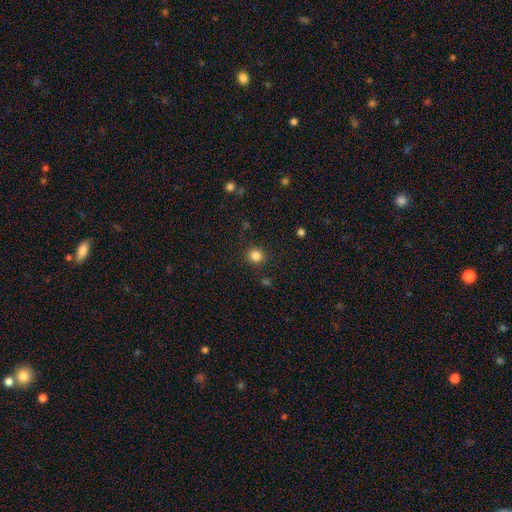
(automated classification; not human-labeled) smooth 84%, star or artifact 12%, featured or disk 4%. Down the decision tree: how rounded — round (88%); merging — none (89%).